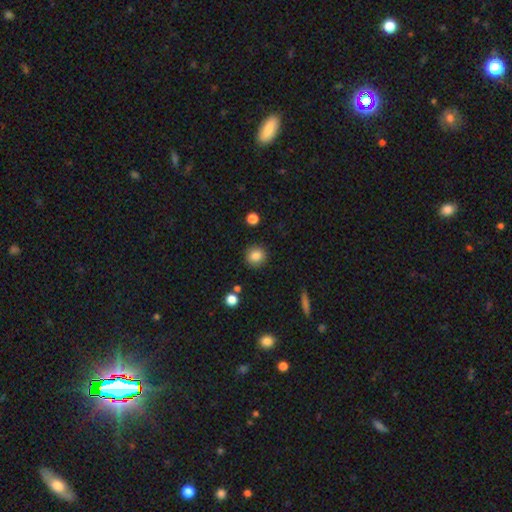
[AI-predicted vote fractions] smooth 85%, star or artifact 10%, featured or disk 6%. Down the decision tree: how rounded — round (88%); merging — none (89%).